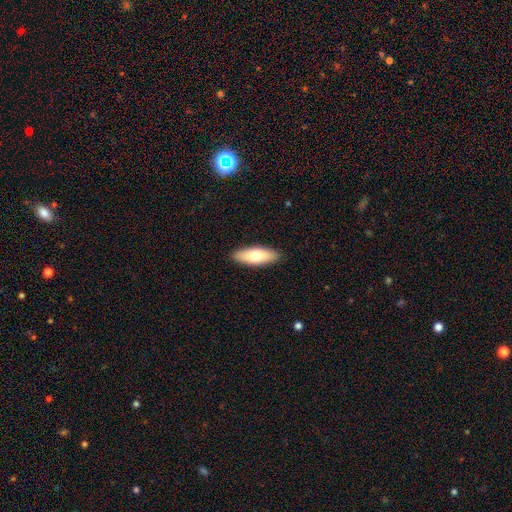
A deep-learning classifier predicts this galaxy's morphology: Smooth or featured? Predicted: smooth (p=0.71). How rounded? Predicted: in between (p=0.65). Merging? Predicted: none (p=0.90).